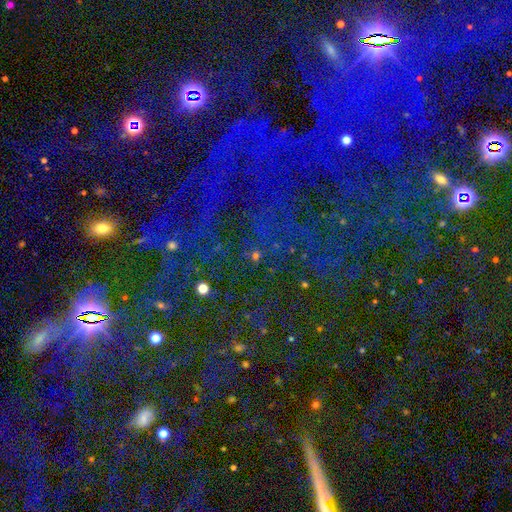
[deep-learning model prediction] star or artifact 70%, smooth 21%, featured or disk 9%.